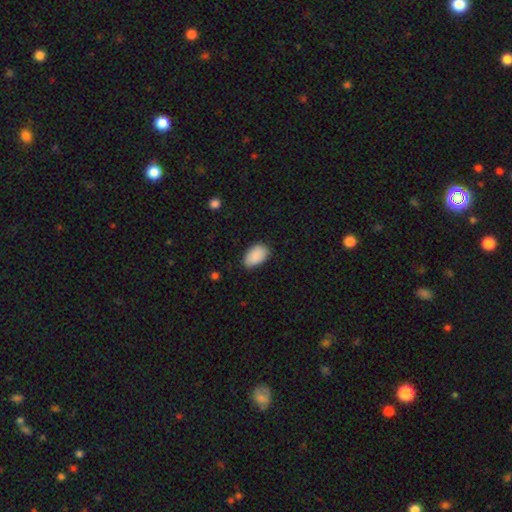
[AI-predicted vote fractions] This is clearly a smooth galaxy (90%). How rounded: clearly in between (93%). Merging: clearly none (82%).